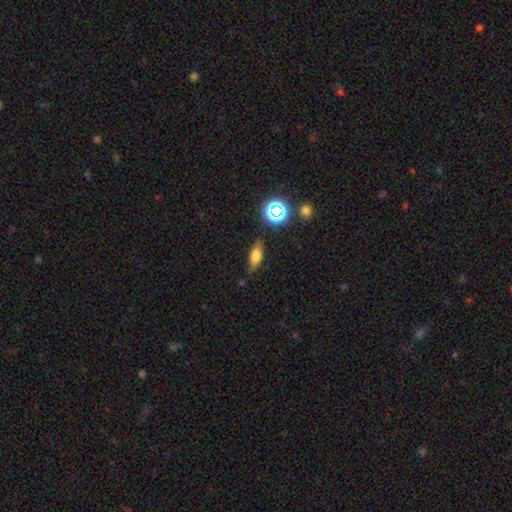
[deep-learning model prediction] Smooth or featured: smooth — 62% (featured or disk — 25%)
How rounded: in between — 60% (cigar-shaped — 32%)
Merging: none — 81% (minor disturbance — 13%)